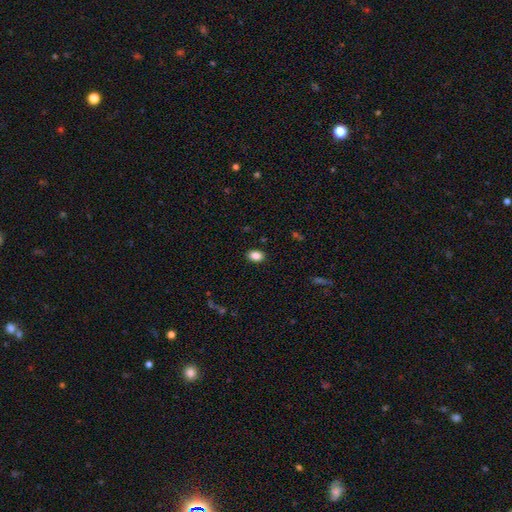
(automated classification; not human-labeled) A smooth galaxy with no disk features (86%) that is in between round and cigar-shaped (76%).

Vote fractions:
- Smooth or featured? smooth: 86% / star or artifact: 9% / featured or disk: 4%
- How rounded? in between: 76% / round: 23% / cigar-shaped: 1%
- Merging? none: 89% / minor disturbance: 8% / major disturbance: 2% / merger: 1%